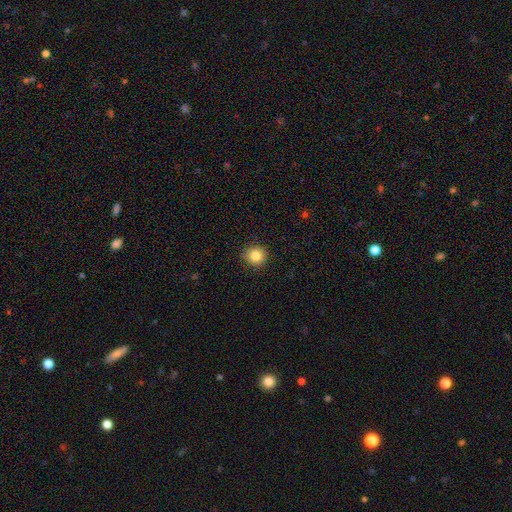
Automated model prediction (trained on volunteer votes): This is clearly a smooth galaxy (84%). How rounded: clearly round (89%). Merging: clearly none (88%).